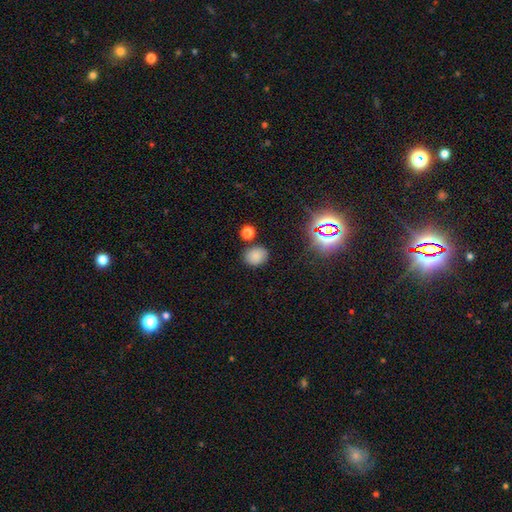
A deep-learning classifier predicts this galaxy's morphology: Smooth or featured: smooth — 79% (star or artifact — 16%)
How rounded: round — 51% (in between — 48%)
Merging: none — 80% (minor disturbance — 11%)